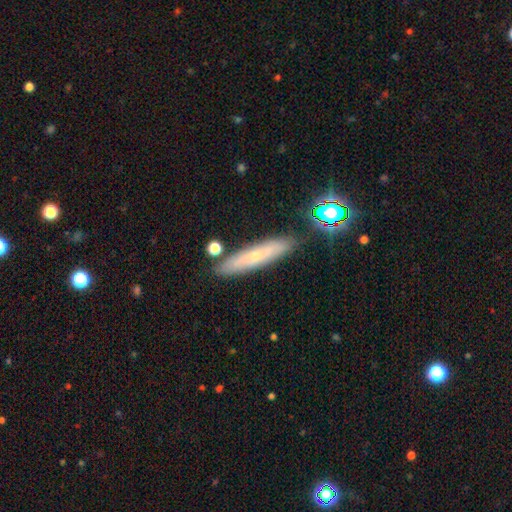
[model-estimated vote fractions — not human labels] This is possibly a smooth galaxy (52%). How rounded: clearly cigar-shaped (86%). Merging: clearly none (83%).